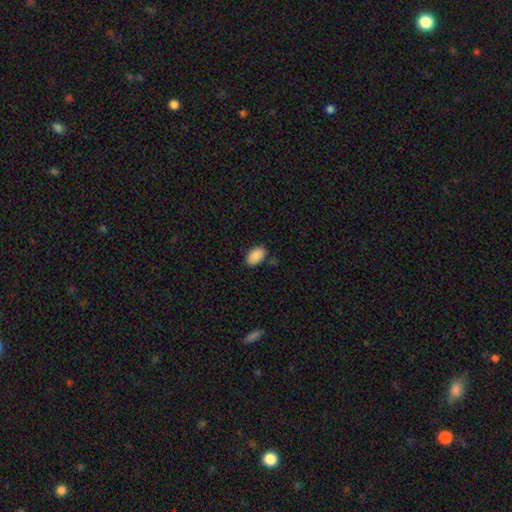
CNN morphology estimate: smooth_or_featured: smooth (p=0.90) [alt: star or artifact p=0.07]
how_rounded: in between (p=0.93) [alt: round p=0.06]
merging: none (p=0.83) [alt: minor disturbance p=0.12]